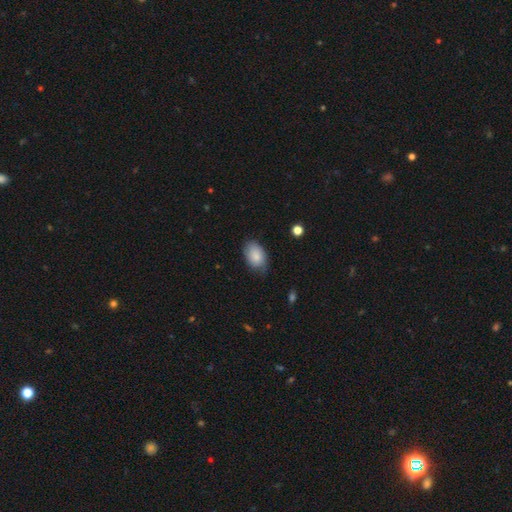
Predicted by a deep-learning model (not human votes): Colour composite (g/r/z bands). It shows a smooth galaxy with no disk features (84%) that is in between round and cigar-shaped (89%). Merging: none (67%).